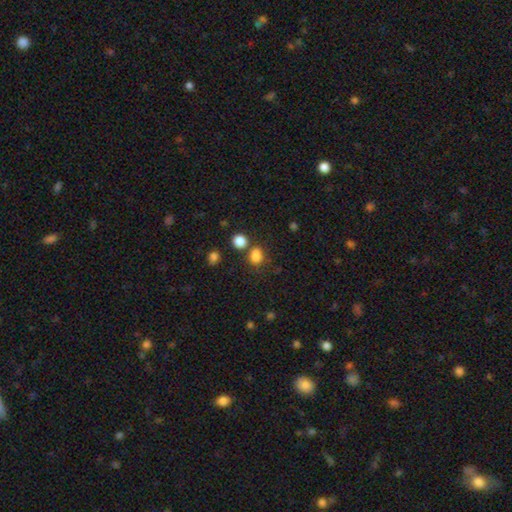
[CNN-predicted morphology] Smooth or featured?
  - smooth: 80% *
  - star or artifact: 14%
  - featured or disk: 5%
How rounded?
  - round: 52% *
  - in between: 47%
  - cigar-shaped: 1%
Merging?
  - none: 60% *
  - merger: 19%
  - minor disturbance: 15%
  - major disturbance: 6%